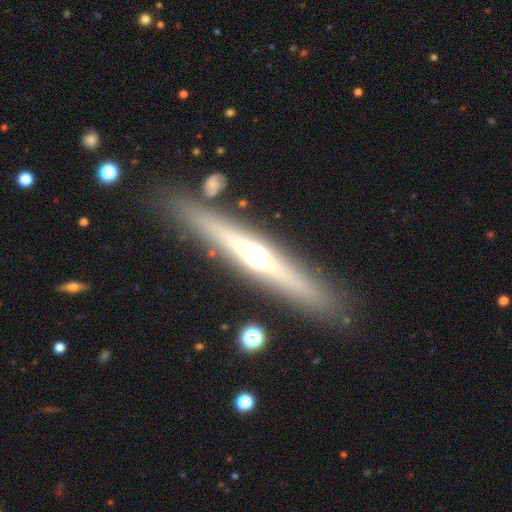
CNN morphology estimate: A featured or disk galaxy (61%) viewed edge-on (92%) with a rounded central bulge (90%).

Vote fractions:
- Smooth or featured? featured or disk: 61% / smooth: 31% / star or artifact: 8%
- Edge-on disk? yes: 92% / no: 8%
- Edge-on bulge? rounded: 90% / none: 5% / boxy: 4%
- Merging? none: 85% / minor disturbance: 8% / merger: 4% / major disturbance: 3%